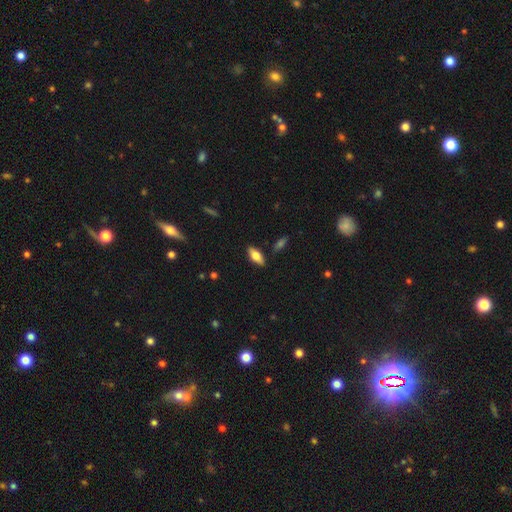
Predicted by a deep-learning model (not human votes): A smooth galaxy with no disk features (71%) that is in between round and cigar-shaped (82%). Merging: none (85%).